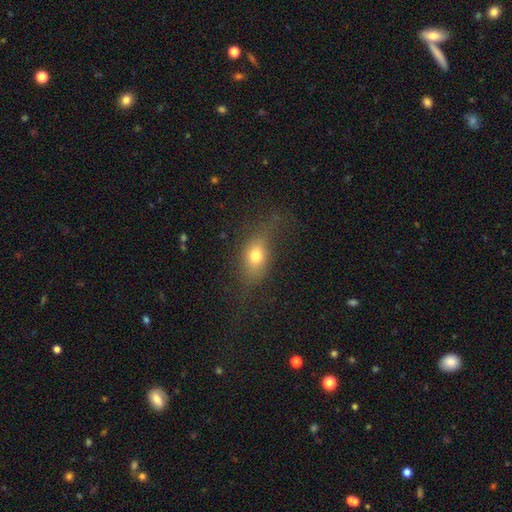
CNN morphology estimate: The model was most divided on "merging": none: 61%, minor disturbance: 21%, major disturbance: 16%, merger: 2%. More confident: how rounded — in between (70%); smooth or featured — smooth (70%).